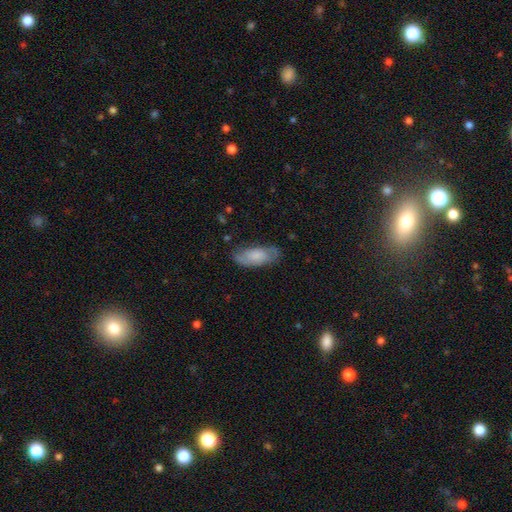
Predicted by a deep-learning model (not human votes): A smooth galaxy with no disk features (66%) that is in between round and cigar-shaped (81%).

Vote fractions:
- Smooth or featured? smooth: 66% / featured or disk: 28% / star or artifact: 7%
- How rounded? in between: 81% / cigar-shaped: 17% / round: 2%
- Merging? none: 69% / minor disturbance: 23% / major disturbance: 6% / merger: 2%